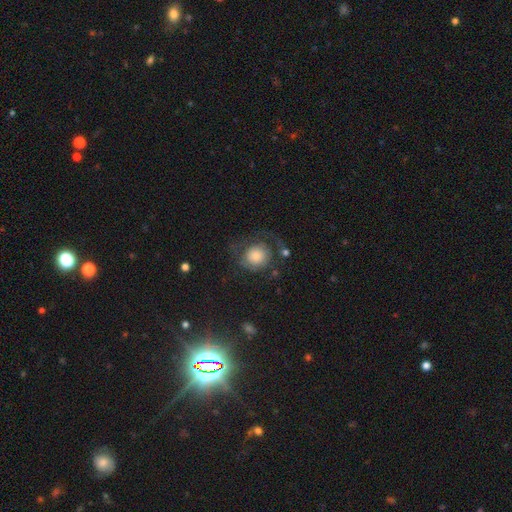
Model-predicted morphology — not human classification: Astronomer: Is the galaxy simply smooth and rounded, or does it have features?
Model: smooth — 57% (runner-up: featured or disk, 32%).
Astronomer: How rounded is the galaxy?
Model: round — 83%.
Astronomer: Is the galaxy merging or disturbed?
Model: none — 53%.